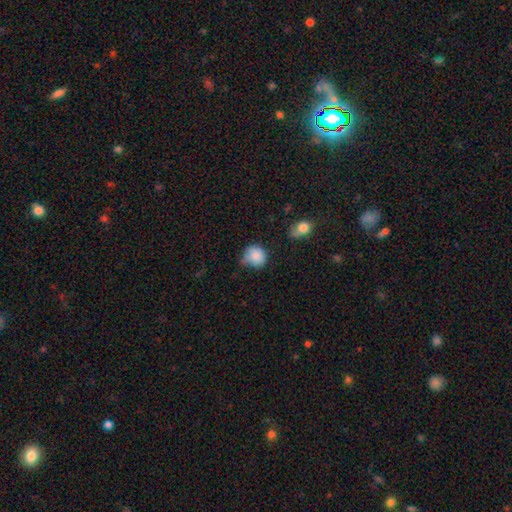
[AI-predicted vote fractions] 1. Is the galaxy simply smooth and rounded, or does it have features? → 83% smooth, 9% star or artifact, 8% featured or disk.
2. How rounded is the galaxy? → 79% round, 20% in between, 1% cigar-shaped.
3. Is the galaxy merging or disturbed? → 46% none, 41% minor disturbance, 9% major disturbance, 4% merger.